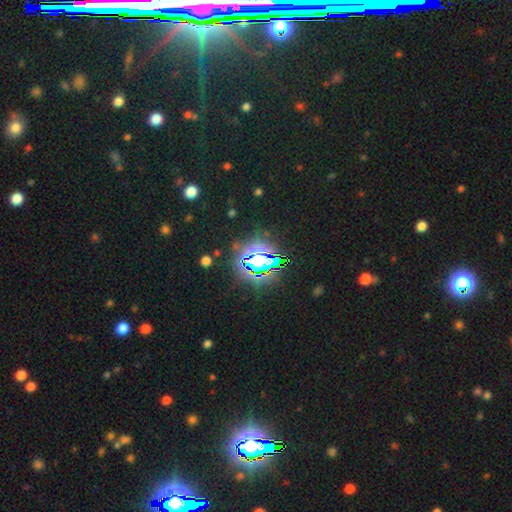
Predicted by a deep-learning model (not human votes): Smooth or featured: star or artifact — 71% (smooth — 18%)